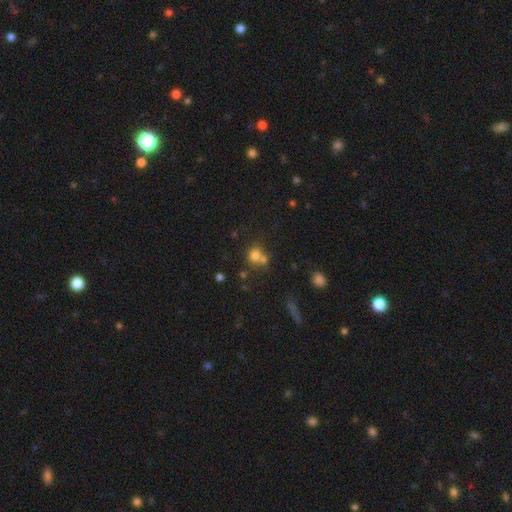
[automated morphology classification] Q: Smooth or featured?
A: smooth (74%); runner-up: star or artifact (15%)
Q: How rounded?
A: round (83%); runner-up: in between (16%)
Q: Merging?
A: none (47%); runner-up: merger (41%)